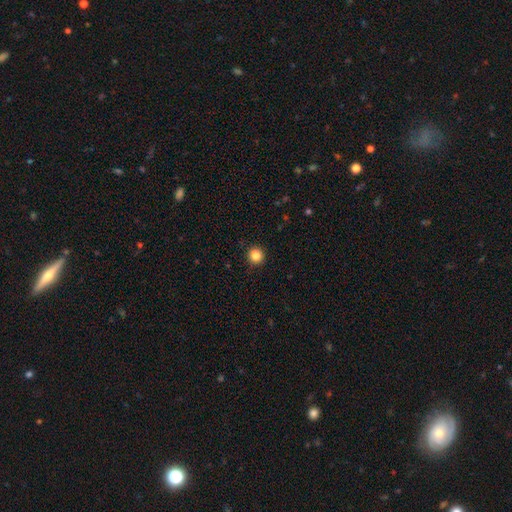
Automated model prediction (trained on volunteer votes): A smooth galaxy with no disk features (84%) that is round (95%).

Vote fractions:
- Smooth or featured? smooth: 84% / star or artifact: 11% / featured or disk: 4%
- How rounded? round: 95% / in between: 4% / cigar-shaped: 1%
- Merging? none: 93% / minor disturbance: 5% / major disturbance: 2% / merger: 1%